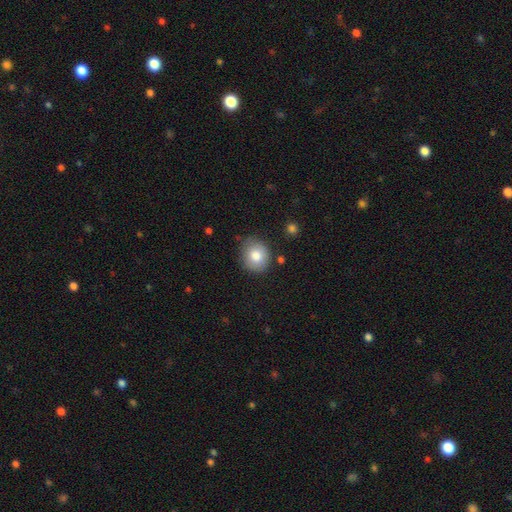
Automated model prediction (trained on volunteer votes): A smooth galaxy with no disk features (80%) that is round (75%). Merging: none (80%).